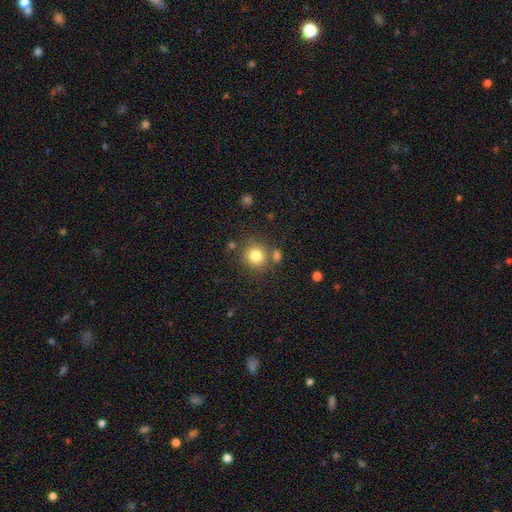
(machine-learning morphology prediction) Smooth or featured: smooth — 80% (star or artifact — 12%)
How rounded: round — 91% (in between — 8%)
Merging: none — 75% (merger — 12%)